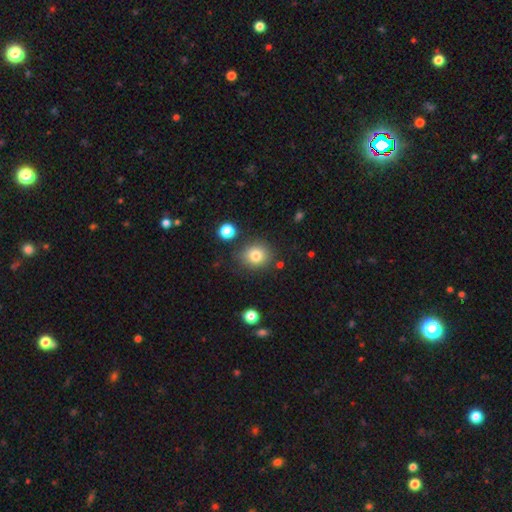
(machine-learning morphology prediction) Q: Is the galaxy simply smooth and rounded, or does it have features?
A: smooth — 80%.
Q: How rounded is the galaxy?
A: round — 78%.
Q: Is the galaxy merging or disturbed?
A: none — 81%.